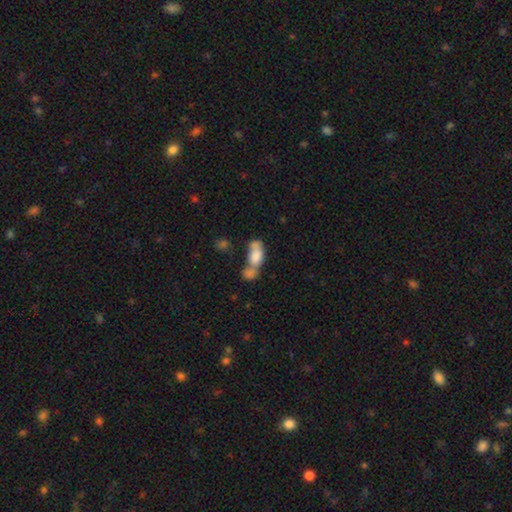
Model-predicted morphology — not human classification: The model was most divided on "merging": merger: 62%, none: 19%, minor disturbance: 10%, major disturbance: 8%. More confident: how rounded — in between (86%); smooth or featured — smooth (74%).